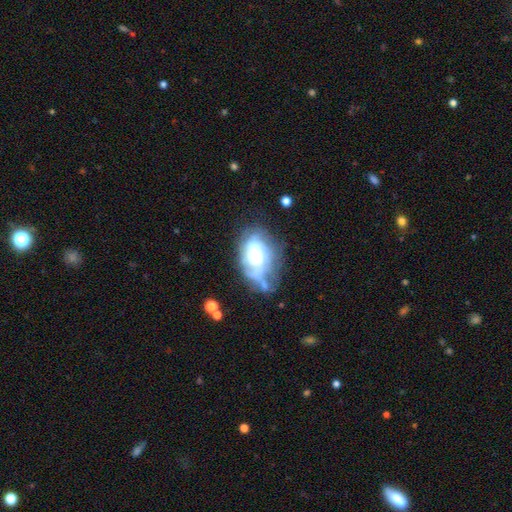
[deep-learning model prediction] Smooth or featured: featured or disk — 65% (smooth — 27%)
Edge-on disk: no — 95% (yes — 5%)
Bar: no — 66% (weak — 26%)
Spiral arms: yes — 72% (no — 28%)
Bulge size: moderate — 48% (large — 34%)
Merging: none — 34% (minor disturbance — 29%)